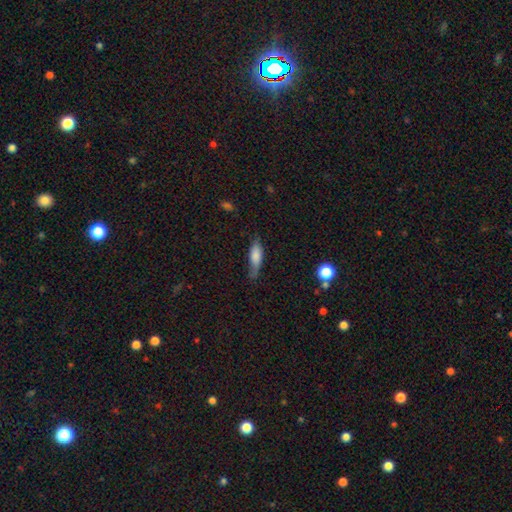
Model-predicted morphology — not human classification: Smooth or featured? smooth (73%)
How rounded? in between (51%)
Merging? none (56%)